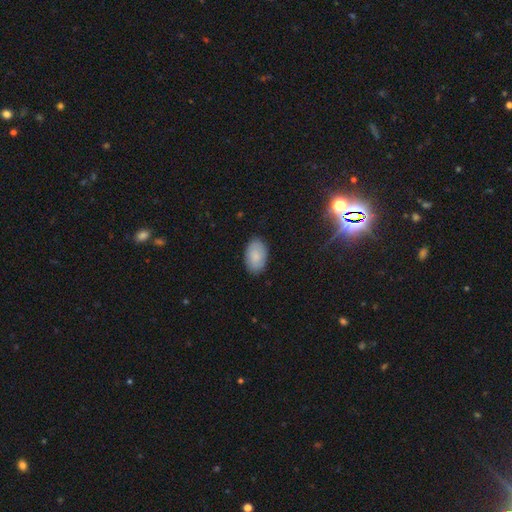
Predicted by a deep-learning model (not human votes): A smooth galaxy with no disk features (83%) that is in between round and cigar-shaped (93%). Merging: none (87%).